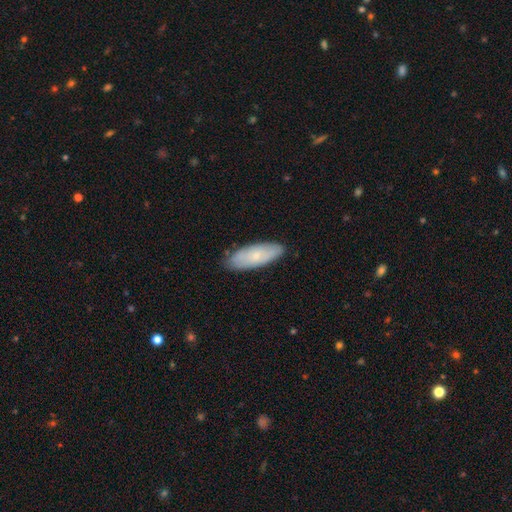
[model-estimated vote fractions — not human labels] Overall: smooth (67%). How rounded: in between (73%). Merging: none (84%).